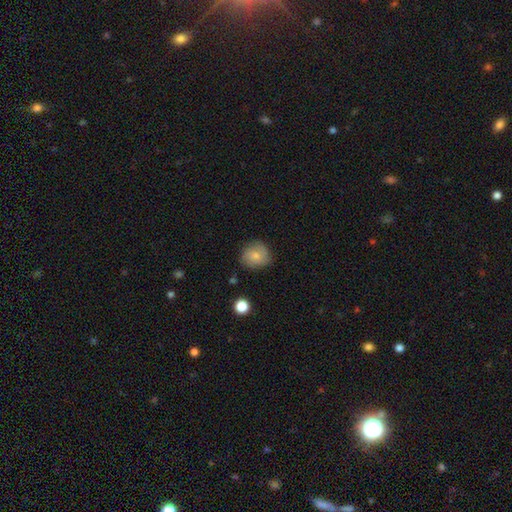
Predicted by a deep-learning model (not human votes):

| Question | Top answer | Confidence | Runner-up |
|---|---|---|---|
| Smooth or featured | smooth | 78% | featured or disk (14%) |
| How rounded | round | 83% | in between (16%) |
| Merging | none | 74% | minor disturbance (20%) |